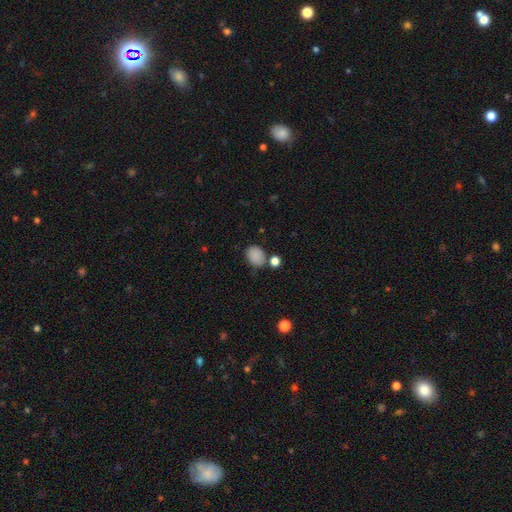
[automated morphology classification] Smooth or featured?
  - smooth: 86% *
  - star or artifact: 10%
  - featured or disk: 5%
How rounded?
  - in between: 56% *
  - round: 43%
  - cigar-shaped: 1%
Merging?
  - none: 70% *
  - minor disturbance: 14%
  - merger: 12%
  - major disturbance: 4%